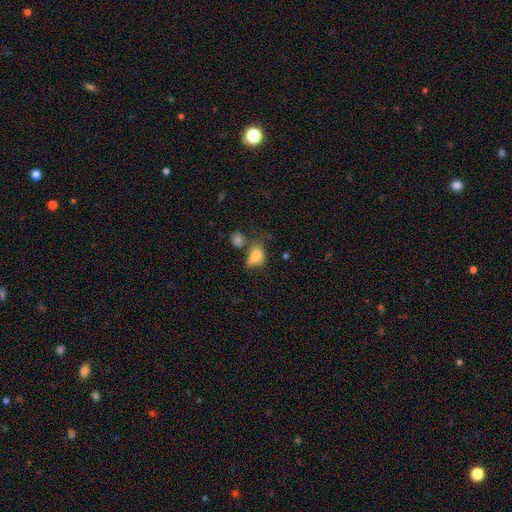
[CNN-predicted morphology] A smooth galaxy with no disk features (78%) that is in between round and cigar-shaped (81%). Merging: none (34%).